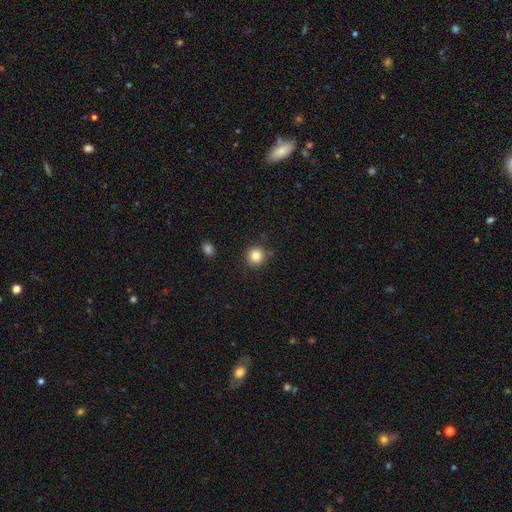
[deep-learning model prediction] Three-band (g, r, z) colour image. It shows a smooth galaxy with no disk features (83%) that is round (93%). Merging: none (86%).